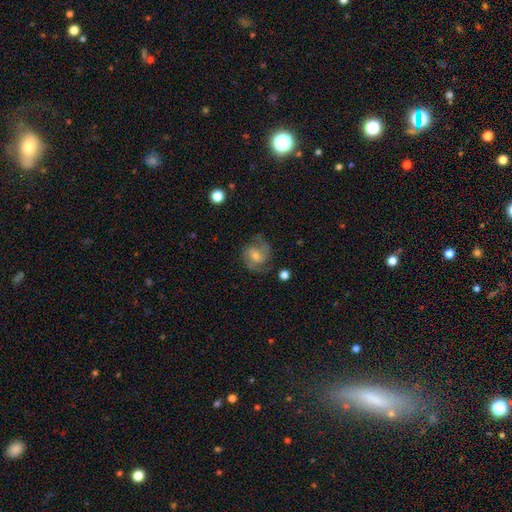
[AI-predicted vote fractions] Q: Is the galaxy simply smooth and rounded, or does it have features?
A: featured or disk — 73%.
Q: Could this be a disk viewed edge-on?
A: no — 97%.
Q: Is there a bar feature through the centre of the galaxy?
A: no — 47%.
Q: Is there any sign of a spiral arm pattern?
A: yes — 93%.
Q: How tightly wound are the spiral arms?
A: medium — 49%.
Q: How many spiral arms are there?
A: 2 — 70%.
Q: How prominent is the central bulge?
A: small — 48%.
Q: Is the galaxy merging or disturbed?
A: none — 73%.